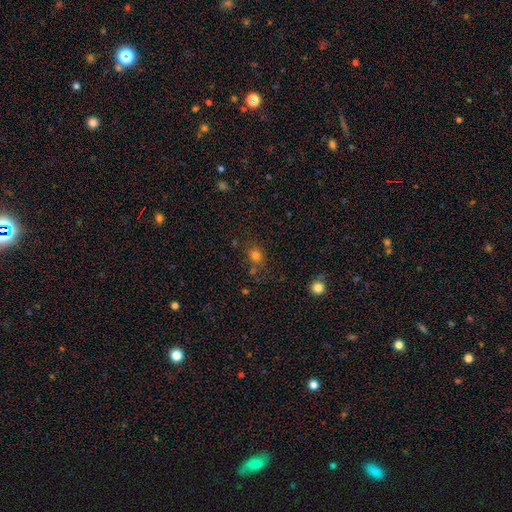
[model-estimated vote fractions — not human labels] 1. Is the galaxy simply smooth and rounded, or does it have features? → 77% smooth, 16% star or artifact, 7% featured or disk.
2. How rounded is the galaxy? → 67% round, 32% in between, 1% cigar-shaped.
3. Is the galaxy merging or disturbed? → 69% none, 15% minor disturbance, 11% merger, 6% major disturbance.